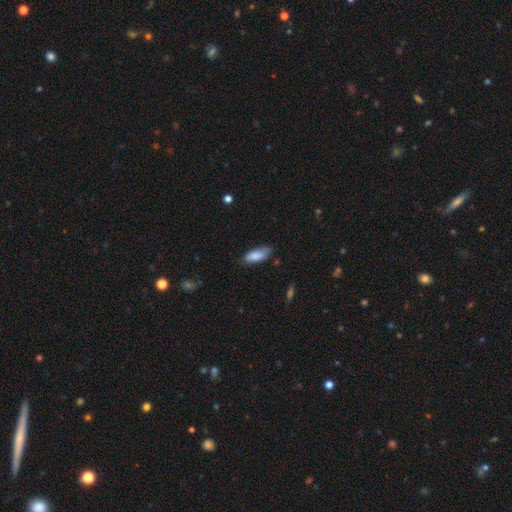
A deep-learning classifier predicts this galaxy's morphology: A smooth galaxy with no disk features (84%) that is in between round and cigar-shaped (72%).

Vote fractions:
- Smooth or featured? smooth: 84% / featured or disk: 10% / star or artifact: 6%
- How rounded? in between: 72% / cigar-shaped: 27% / round: 2%
- Merging? none: 64% / minor disturbance: 29% / major disturbance: 5% / merger: 2%